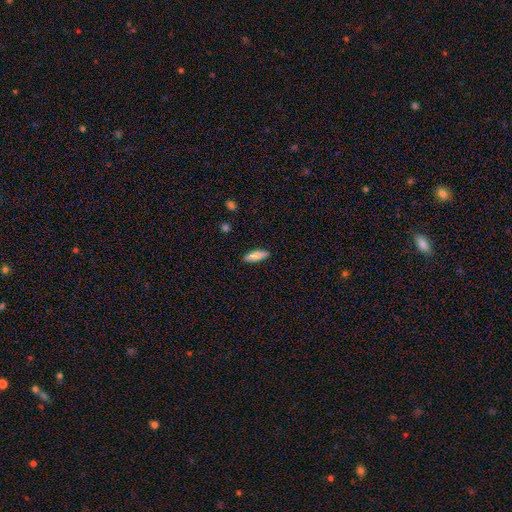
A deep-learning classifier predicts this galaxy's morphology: type=smooth (80%); roundness=cigar-shaped (55%); merging=none (89%).